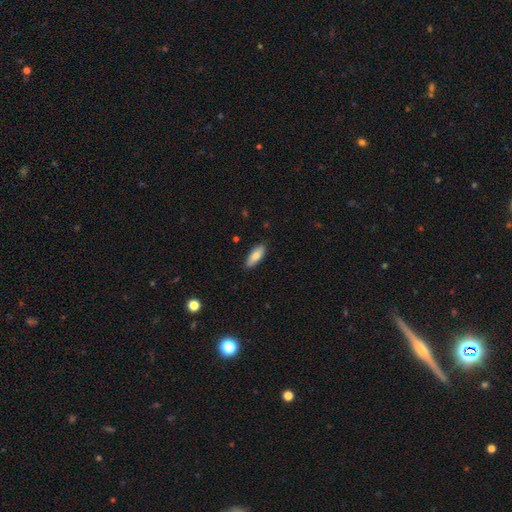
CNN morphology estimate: This appears to be a smooth galaxy with no disk features (81%) that is in between round and cigar-shaped (73%). Merging: none (87%).